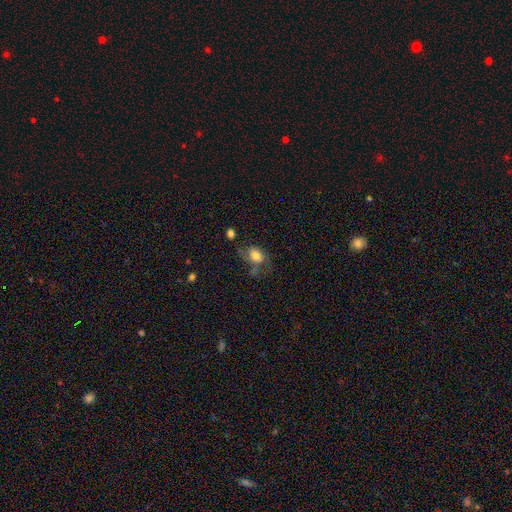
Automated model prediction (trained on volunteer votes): A smooth galaxy with no disk features (57%) that is in between round and cigar-shaped (65%).

Vote fractions:
- Smooth or featured? smooth: 57% / featured or disk: 33% / star or artifact: 9%
- How rounded? in between: 65% / round: 33% / cigar-shaped: 2%
- Merging? none: 37% / major disturbance: 31% / minor disturbance: 24% / merger: 8%